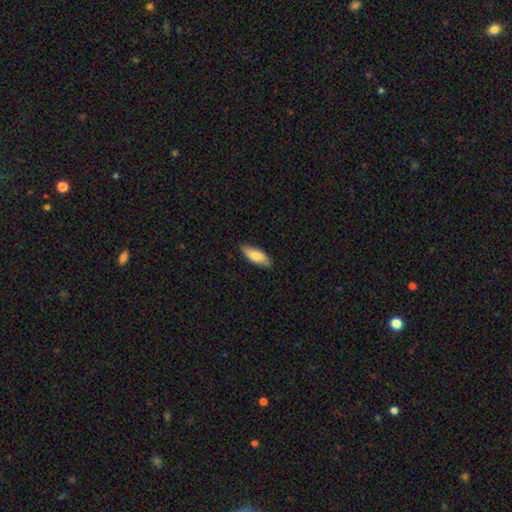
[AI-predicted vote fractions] Overall: smooth (74%). How rounded: in between (71%). Merging: none (85%).